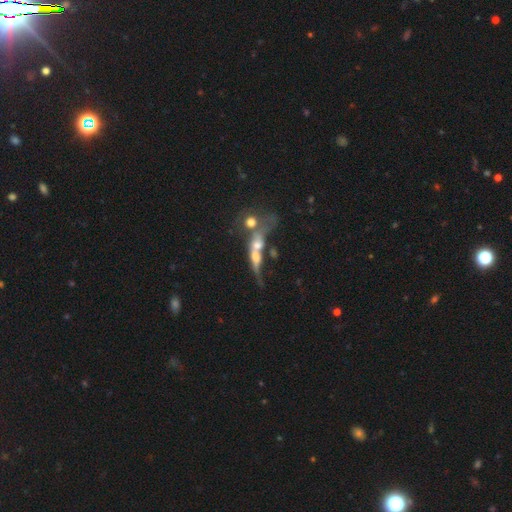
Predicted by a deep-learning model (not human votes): This is possibly a featured or disk galaxy (54%). It is possibly not viewed edge-on (55%). Merging: possibly merger (58%).